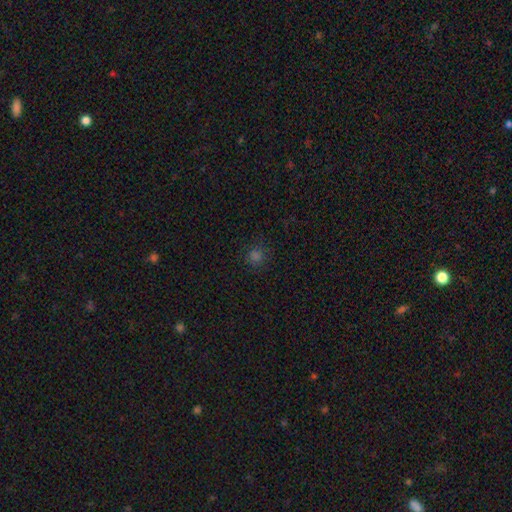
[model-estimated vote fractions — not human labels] smooth_or_featured: smooth (p=0.71) [alt: star or artifact p=0.24]
how_rounded: round (p=0.91) [alt: in between p=0.08]
merging: none (p=0.87) [alt: minor disturbance p=0.08]